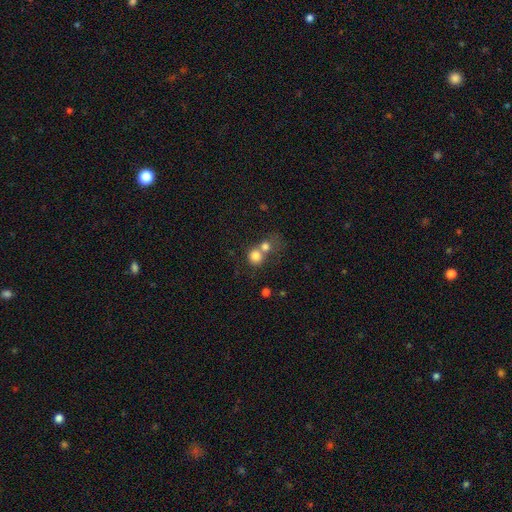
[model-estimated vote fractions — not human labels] This appears to be a smooth galaxy with no disk features (77%) that is round (85%). Merging: merger (54%).